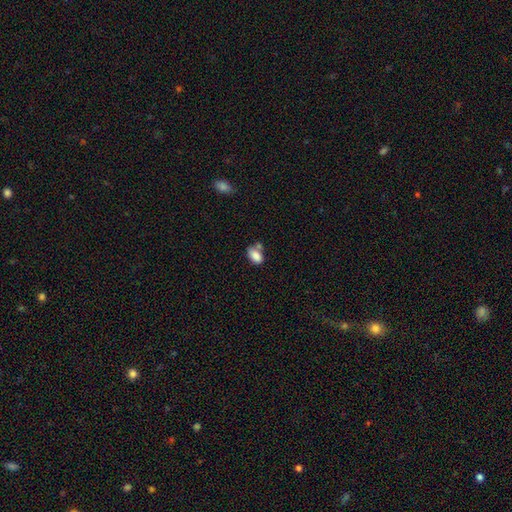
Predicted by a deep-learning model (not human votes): Smooth or featured? Predicted: smooth (p=0.84). How rounded? Predicted: in between (p=0.89). Merging? Predicted: none (p=0.47).